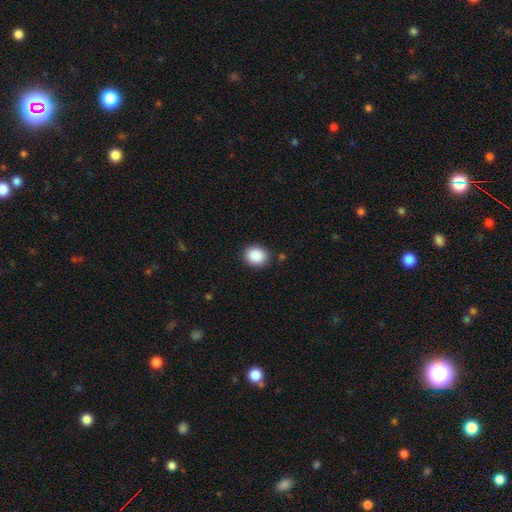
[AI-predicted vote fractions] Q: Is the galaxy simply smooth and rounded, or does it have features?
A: smooth — 89%.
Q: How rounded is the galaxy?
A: round — 67%.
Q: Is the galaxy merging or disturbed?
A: none — 89%.